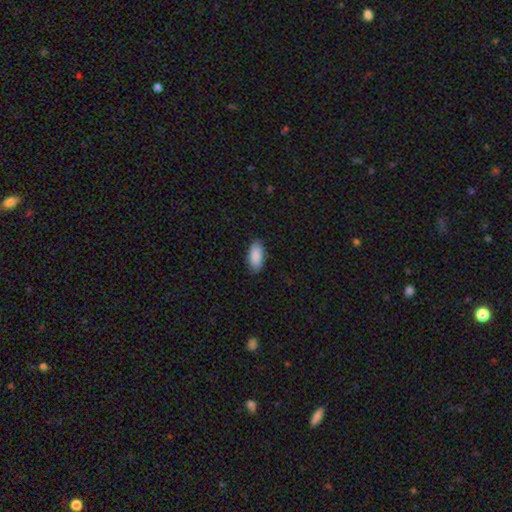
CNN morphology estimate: A smooth galaxy with no disk features (90%) that is in between round and cigar-shaped (91%). Merging: none (86%).